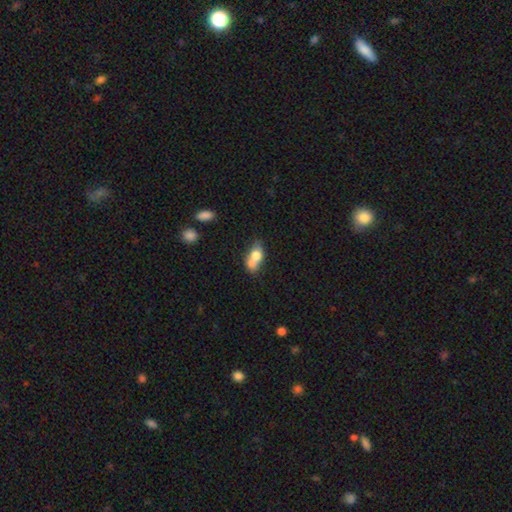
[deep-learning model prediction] A smooth galaxy with no disk features (69%) that is in between round and cigar-shaped (73%). Merging: merger (55%).